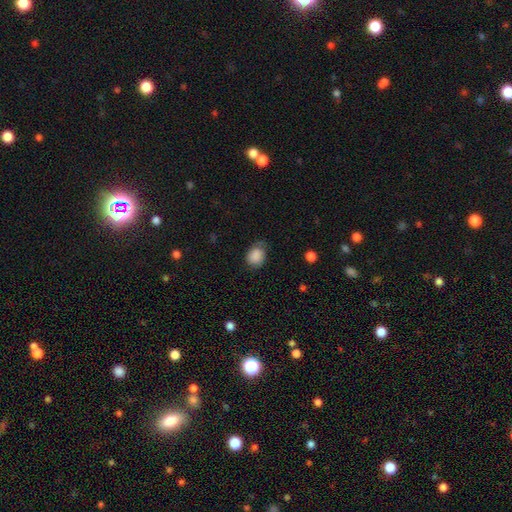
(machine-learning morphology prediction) Smooth or featured?
  - smooth: 86% *
  - star or artifact: 8%
  - featured or disk: 6%
How rounded?
  - round: 52% *
  - in between: 47%
  - cigar-shaped: 1%
Merging?
  - none: 59% *
  - minor disturbance: 31%
  - major disturbance: 8%
  - merger: 2%